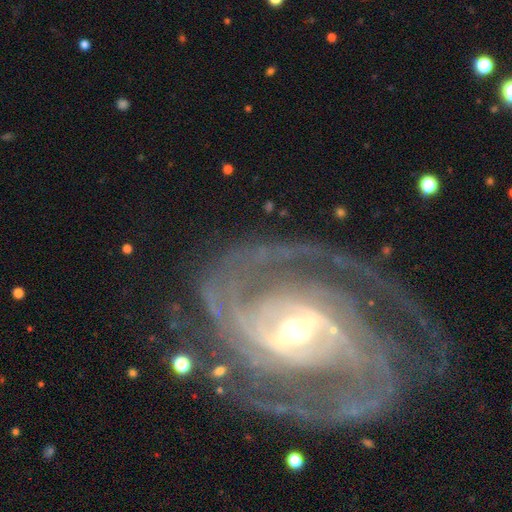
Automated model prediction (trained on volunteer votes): Morphology: type=featured or disk (92%); edge-on=no (97%); bar=strong (49%); spiral arms=yes (98%); winding=tight (51%); arm count=2 (48%); bulge=moderate (52%); merging=none (66%).